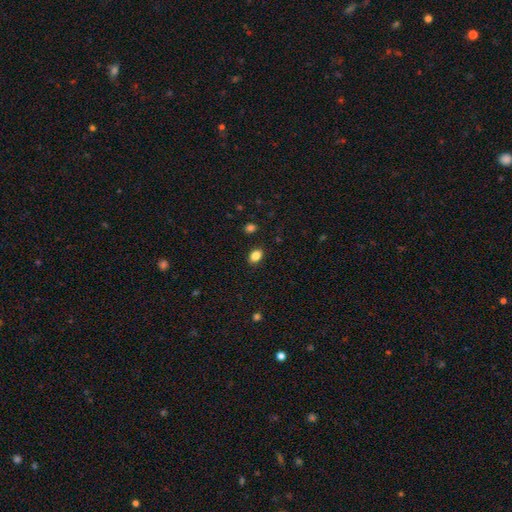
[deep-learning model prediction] Smooth or featured?
  - smooth: 85% *
  - star or artifact: 10%
  - featured or disk: 5%
How rounded?
  - in between: 76% *
  - round: 23%
  - cigar-shaped: 1%
Merging?
  - none: 88% *
  - minor disturbance: 8%
  - major disturbance: 2%
  - merger: 1%